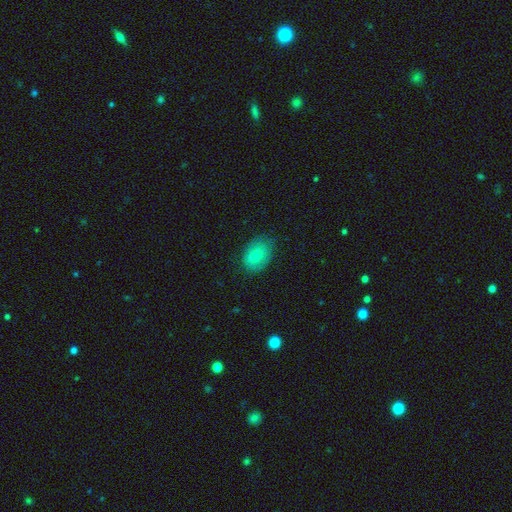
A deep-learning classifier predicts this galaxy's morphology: type=smooth (74%); roundness=in between (76%); merging=none (72%).